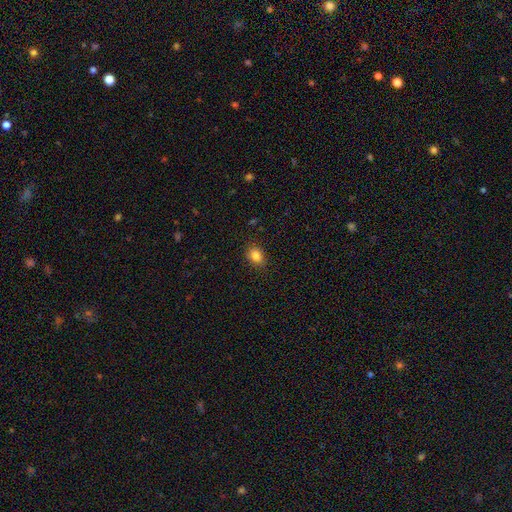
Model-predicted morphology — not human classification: smooth 84%, star or artifact 10%, featured or disk 6%. Down the decision tree: how rounded — in between (59%); merging — none (87%).